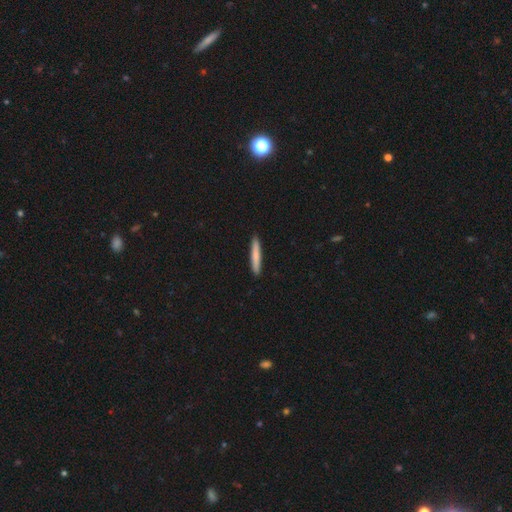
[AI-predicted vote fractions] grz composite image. It shows a smooth galaxy with no disk features (79%) that is cigar-shaped (95%). Merging: none (92%).